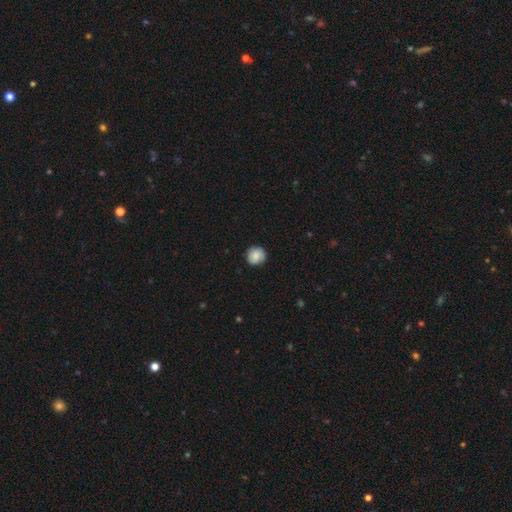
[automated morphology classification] smooth 83%, featured or disk 9%, star or artifact 8%. Down the decision tree: how rounded — round (90%); merging — none (85%).